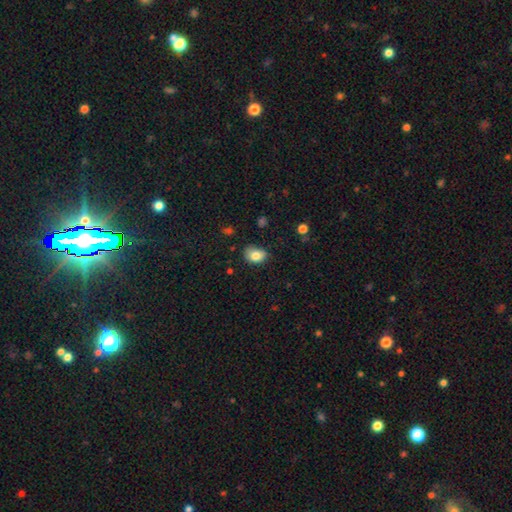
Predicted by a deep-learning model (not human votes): Smooth or featured? smooth (82%)
How rounded? in between (67%)
Merging? none (63%)